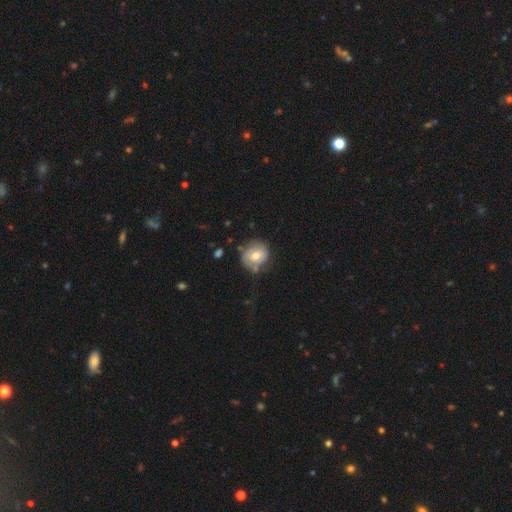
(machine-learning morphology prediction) A smooth galaxy with no disk features (62%) that is round (82%). Merging: none (63%).